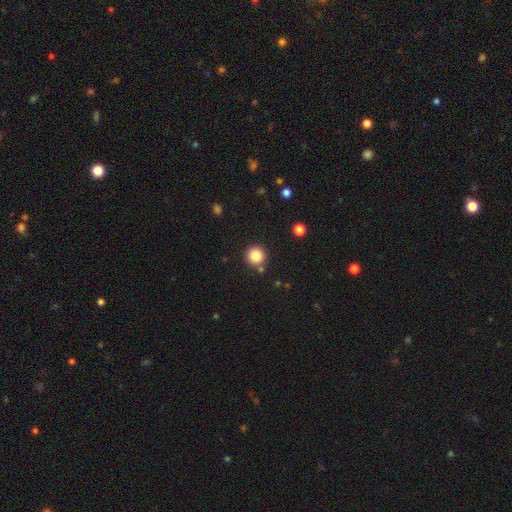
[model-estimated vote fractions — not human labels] Smooth or featured? smooth (84%)
How rounded? round (95%)
Merging? none (86%)